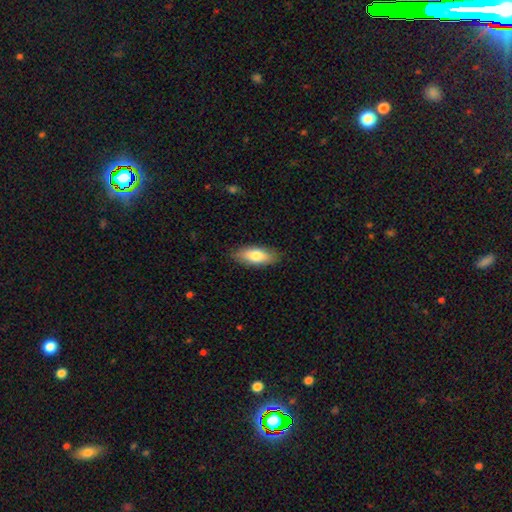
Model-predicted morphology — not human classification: Smooth or featured: smooth — 76% (featured or disk — 18%)
How rounded: in between — 76% (cigar-shaped — 22%)
Merging: none — 87% (minor disturbance — 10%)